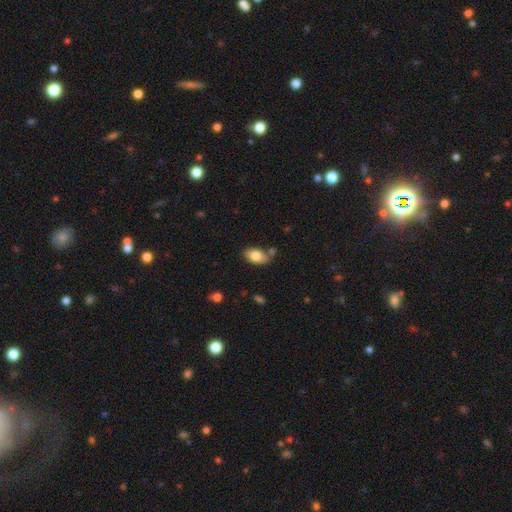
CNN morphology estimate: A smooth galaxy with no disk features (81%) that is in between round and cigar-shaped (92%). Merging: none (73%).